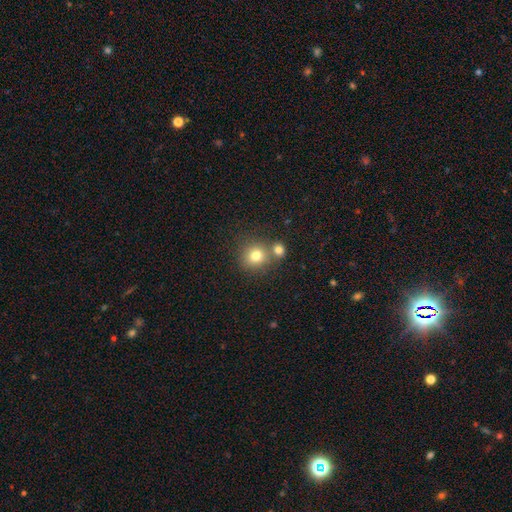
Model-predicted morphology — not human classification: smooth-or-featured: smooth: 78% | star or artifact: 13% | featured or disk: 9%
  how-rounded: round: 87% | in between: 12% | cigar-shaped: 1%
  merging: none: 61% | merger: 28% | minor disturbance: 8% | major disturbance: 3%